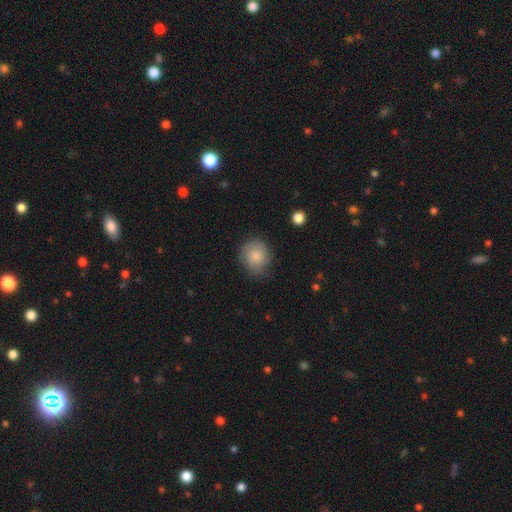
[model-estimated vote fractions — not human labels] smooth_or_featured: smooth (p=0.82) [alt: featured or disk p=0.11]
how_rounded: round (p=0.78) [alt: in between p=0.21]
merging: none (p=0.72) [alt: minor disturbance p=0.21]